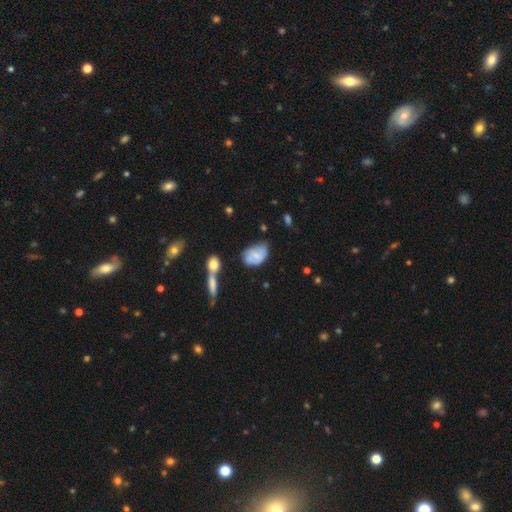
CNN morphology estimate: type=smooth (63%); roundness=in between (84%); merging=none (39%).